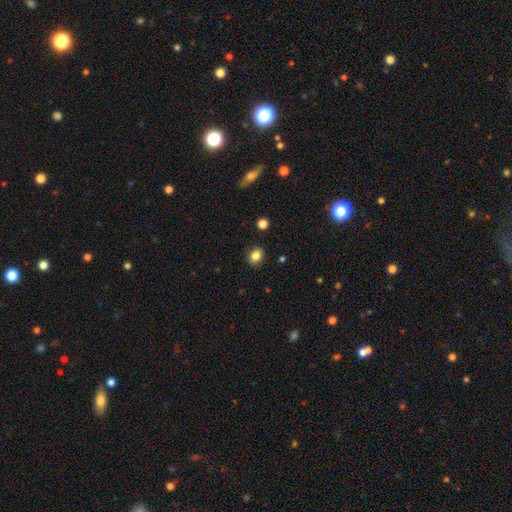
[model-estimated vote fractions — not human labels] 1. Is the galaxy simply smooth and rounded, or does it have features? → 83% smooth, 11% star or artifact, 6% featured or disk.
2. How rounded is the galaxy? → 62% round, 37% in between, 1% cigar-shaped.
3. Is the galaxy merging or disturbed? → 88% none, 8% minor disturbance, 2% major disturbance, 1% merger.